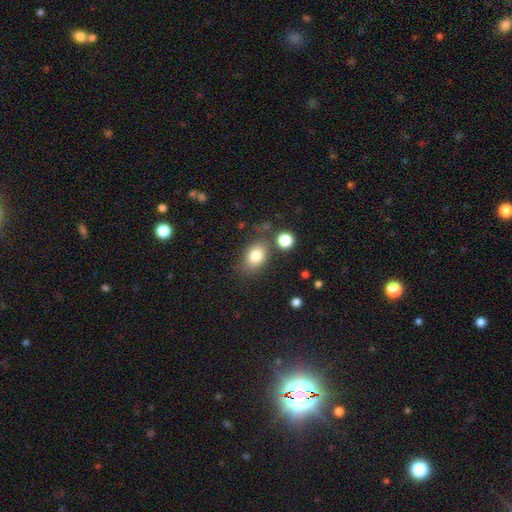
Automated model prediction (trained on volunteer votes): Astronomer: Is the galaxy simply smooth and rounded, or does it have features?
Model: smooth — 82%.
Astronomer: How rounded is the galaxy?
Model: in between — 76%.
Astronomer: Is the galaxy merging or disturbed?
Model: none — 70%.